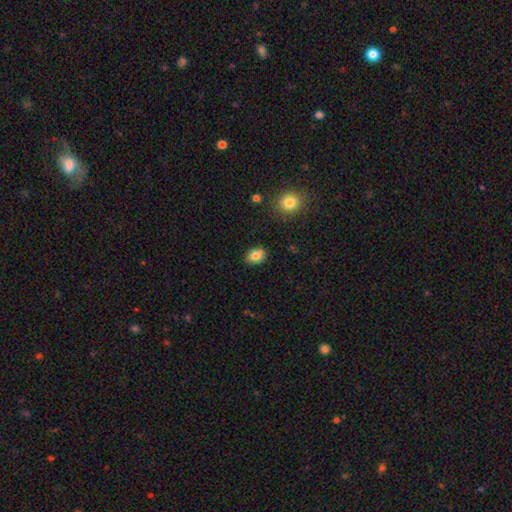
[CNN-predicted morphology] A smooth galaxy with no disk features (81%) that is in between round and cigar-shaped (69%).

Vote fractions:
- Smooth or featured? smooth: 81% / star or artifact: 10% / featured or disk: 9%
- How rounded? in between: 69% / round: 29% / cigar-shaped: 1%
- Merging? none: 82% / minor disturbance: 12% / merger: 3% / major disturbance: 2%